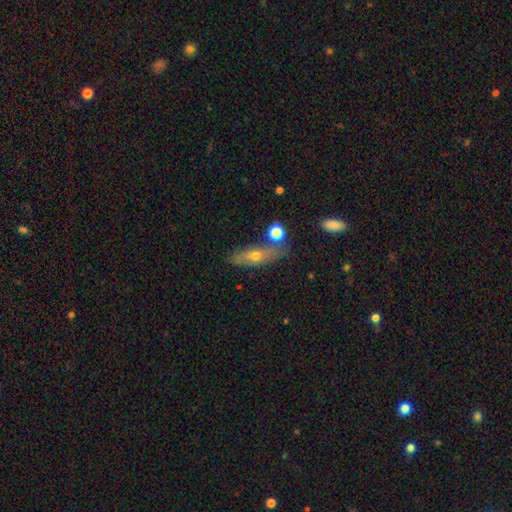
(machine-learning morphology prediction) The model was most divided on "how rounded": in between: 52%, cigar-shaped: 41%, round: 7%. More confident: merging — none (65%); smooth or featured — smooth (52%).